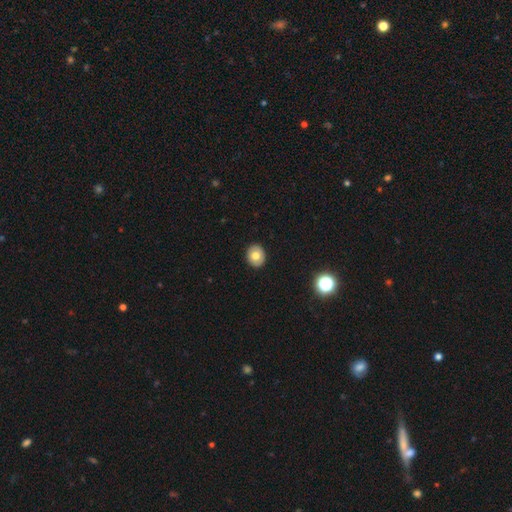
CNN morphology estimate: Smooth or featured?
  - smooth: 69% *
  - featured or disk: 22%
  - star or artifact: 9%
How rounded?
  - round: 67% *
  - in between: 32%
  - cigar-shaped: 1%
Merging?
  - none: 90% *
  - minor disturbance: 7%
  - major disturbance: 2%
  - merger: 1%